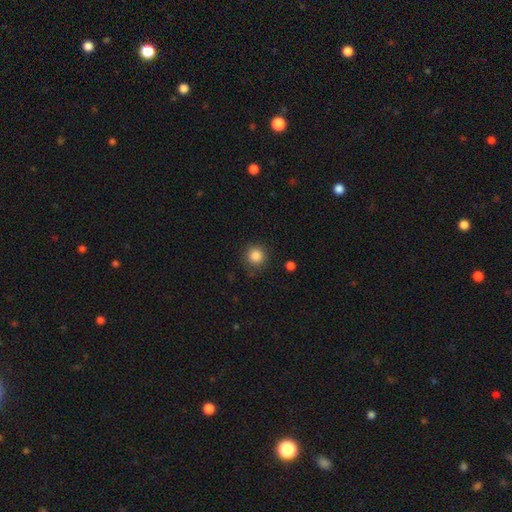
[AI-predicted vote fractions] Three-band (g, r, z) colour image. It shows a smooth galaxy with no disk features (86%) that is round (93%). Merging: none (86%).